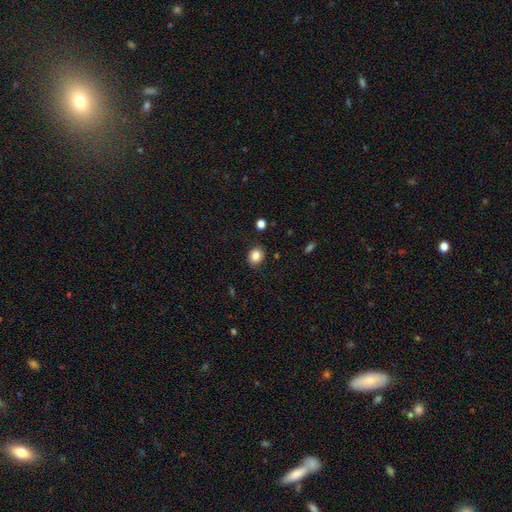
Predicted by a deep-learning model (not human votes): This appears to be a smooth galaxy with no disk features (85%) that is round (61%). Merging: none (86%).